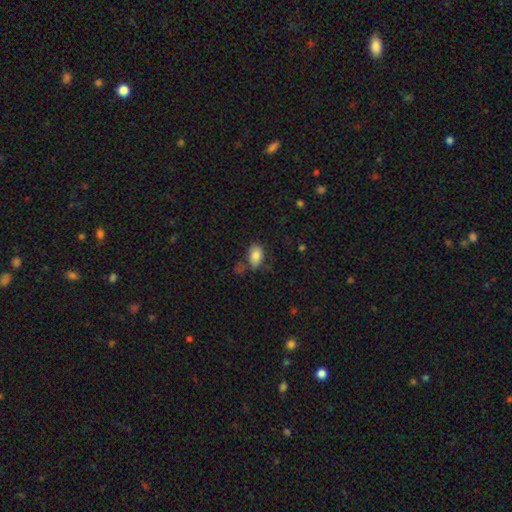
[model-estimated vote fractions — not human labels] A smooth galaxy with no disk features (83%) that is in between round and cigar-shaped (88%). Merging: none (59%).